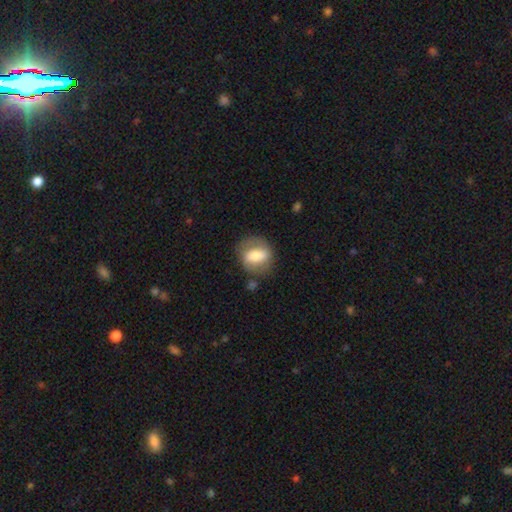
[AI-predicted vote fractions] Smooth or featured?
  - smooth: 53% *
  - featured or disk: 40%
  - star or artifact: 7%
How rounded?
  - round: 53% *
  - in between: 45%
  - cigar-shaped: 2%
Merging?
  - none: 72% *
  - minor disturbance: 17%
  - major disturbance: 8%
  - merger: 3%